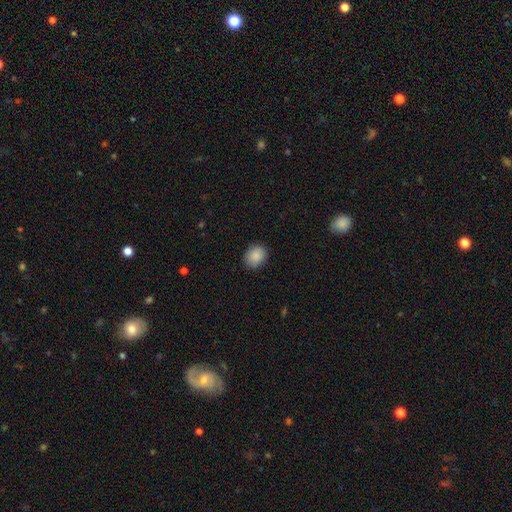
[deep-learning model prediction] The model was most divided on "how rounded": round: 55%, in between: 45%, cigar-shaped: 1%. More confident: smooth or featured — smooth (88%); merging — none (86%).